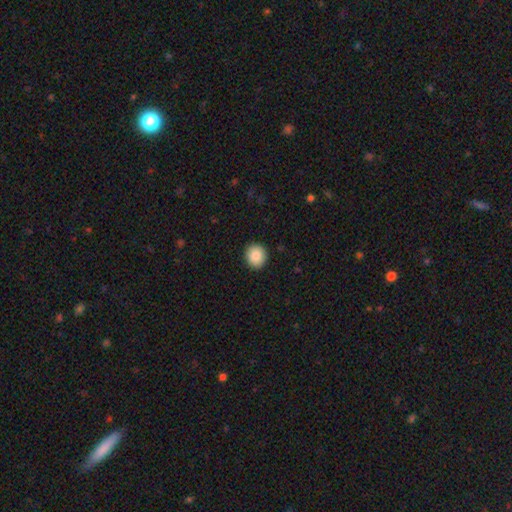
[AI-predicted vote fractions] A smooth galaxy with no disk features (88%) that is round (87%). Merging: none (92%).